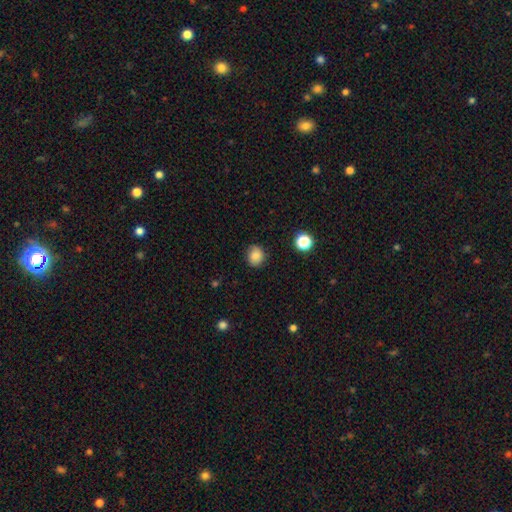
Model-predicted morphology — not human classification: Smooth or featured? Predicted: smooth (p=0.82). How rounded? Predicted: round (p=0.73). Merging? Predicted: none (p=0.84).